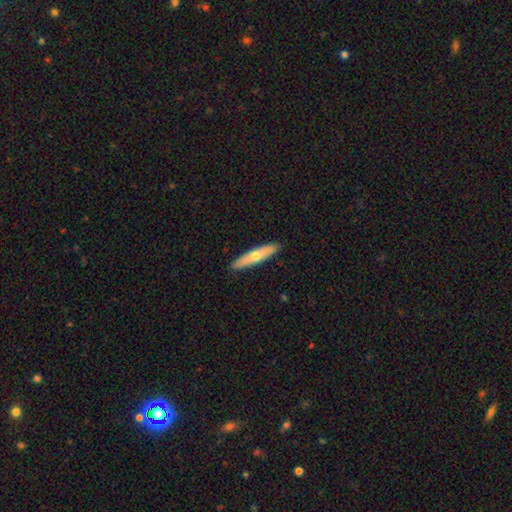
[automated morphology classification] type=smooth (56%); roundness=cigar-shaped (83%); merging=none (90%).